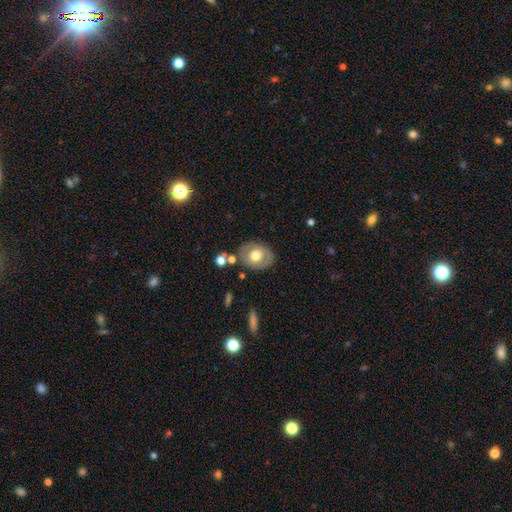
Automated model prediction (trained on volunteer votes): smooth_or_featured: smooth (p=0.55) [alt: featured or disk p=0.37]
how_rounded: in between (p=0.56) [alt: round p=0.43]
merging: none (p=0.75) [alt: minor disturbance p=0.14]